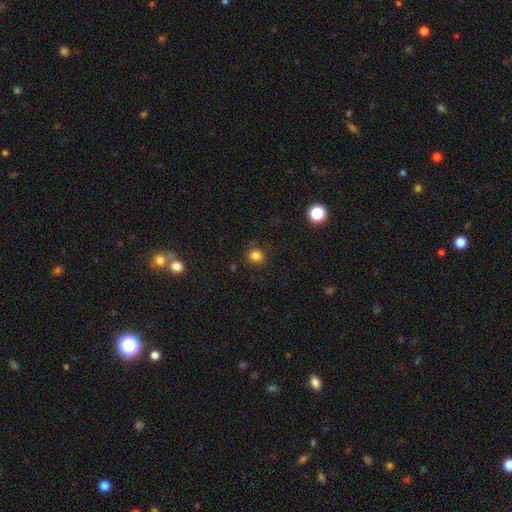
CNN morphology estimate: This appears to be a smooth galaxy with no disk features (82%) that is round (81%). Merging: none (84%).